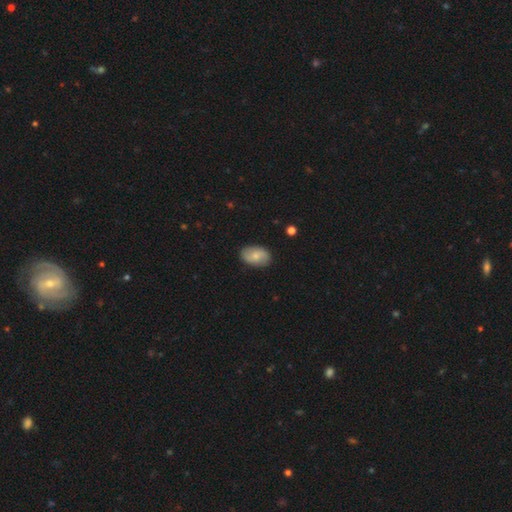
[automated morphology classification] Smooth or featured?
  - smooth: 60% *
  - featured or disk: 33%
  - star or artifact: 7%
How rounded?
  - in between: 88% *
  - round: 11%
  - cigar-shaped: 1%
Merging?
  - none: 85% *
  - minor disturbance: 11%
  - major disturbance: 2%
  - merger: 1%